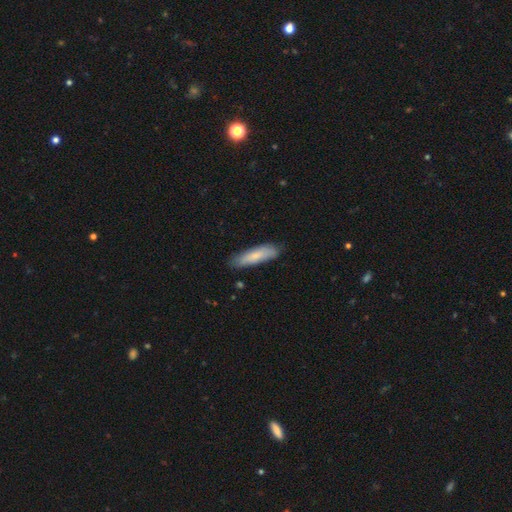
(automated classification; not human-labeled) smooth_or_featured: smooth (p=0.75) [alt: featured or disk p=0.19]
how_rounded: cigar-shaped (p=0.69) [alt: in between p=0.30]
merging: none (p=0.80) [alt: minor disturbance p=0.16]